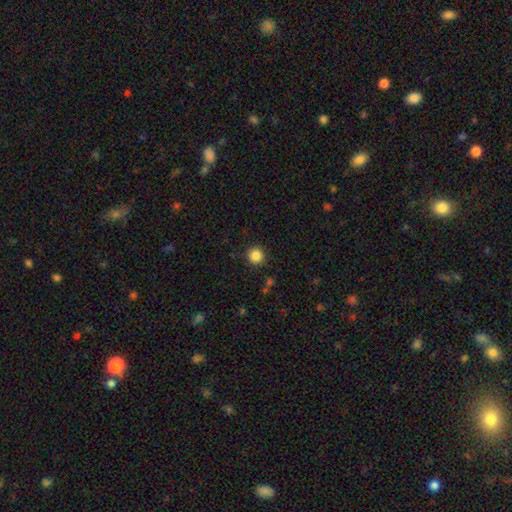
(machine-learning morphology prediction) smooth 86%, star or artifact 11%, featured or disk 3%. Down the decision tree: how rounded — round (95%); merging — none (91%).